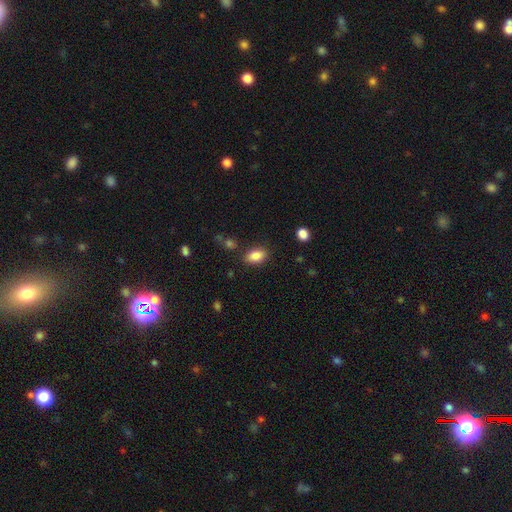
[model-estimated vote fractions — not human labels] A smooth galaxy with no disk features (87%) that is in between round and cigar-shaped (88%). Merging: none (84%).